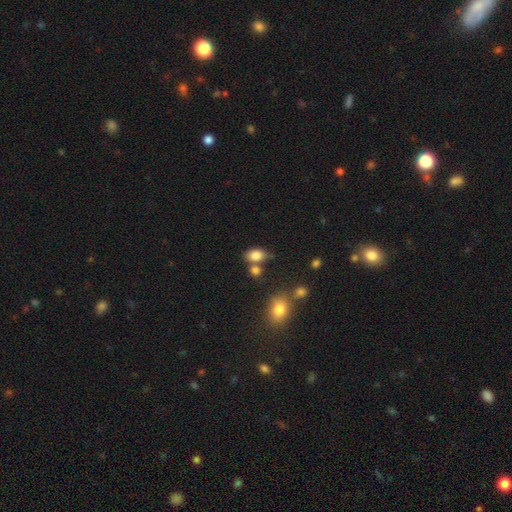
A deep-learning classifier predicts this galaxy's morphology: This appears to be a smooth galaxy with no disk features (83%) that is in between round and cigar-shaped (84%). Merging: none (60%).